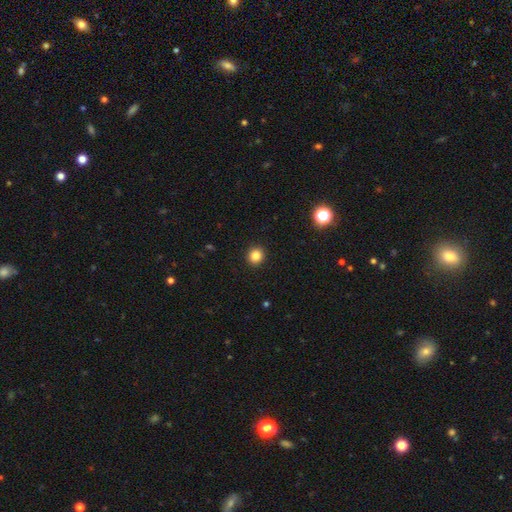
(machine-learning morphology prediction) type=smooth (84%); roundness=round (88%); merging=none (93%).